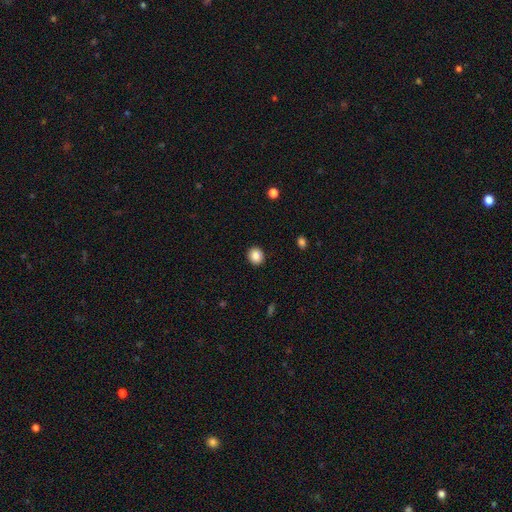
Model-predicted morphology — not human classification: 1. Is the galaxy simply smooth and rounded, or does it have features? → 87% smooth, 9% star or artifact, 4% featured or disk.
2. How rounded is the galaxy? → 83% round, 16% in between, 1% cigar-shaped.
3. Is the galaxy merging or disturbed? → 92% none, 6% minor disturbance, 2% major disturbance, 1% merger.